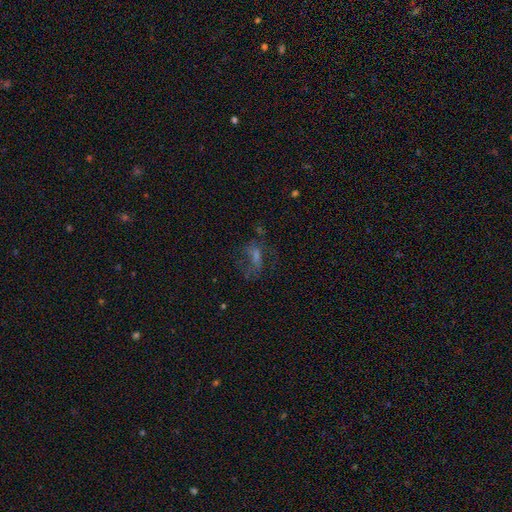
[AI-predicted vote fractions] Overall: featured or disk (43%; smooth 29%). Merging: none (48%; major disturbance 30%).